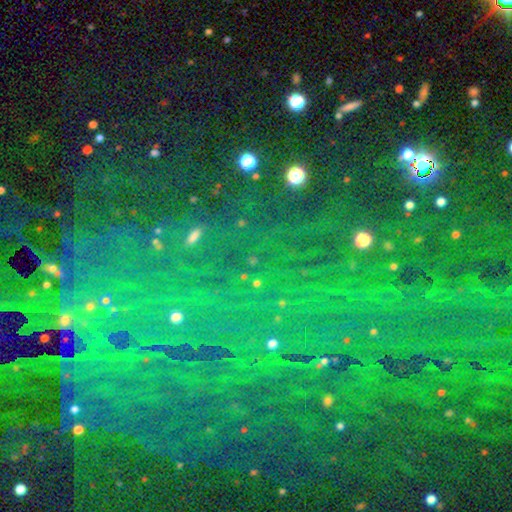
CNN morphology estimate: star or artifact 77%, smooth 12%, featured or disk 11%.